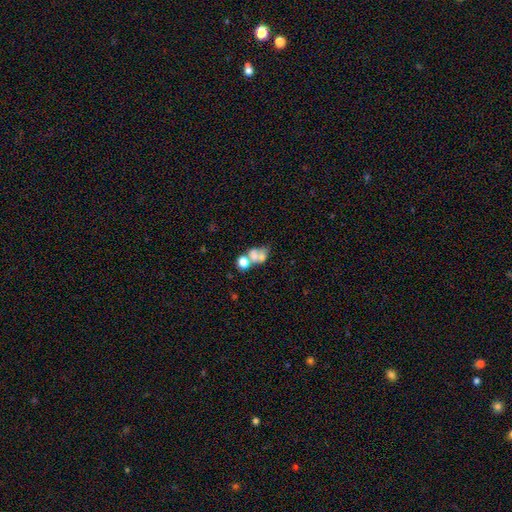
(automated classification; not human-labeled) smooth 54%, featured or disk 31%, star or artifact 16%. Down the decision tree: how rounded — in between (60%); merging — merger (57%).